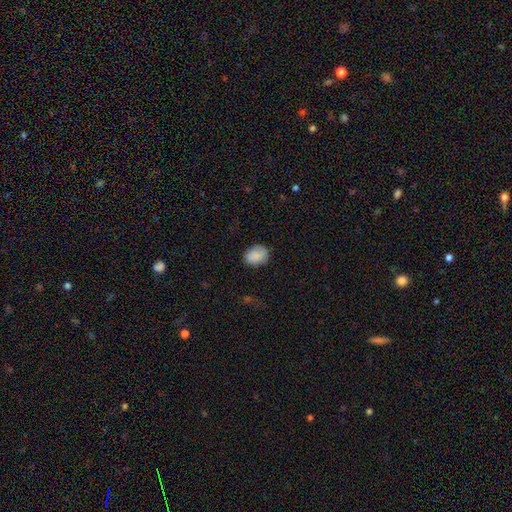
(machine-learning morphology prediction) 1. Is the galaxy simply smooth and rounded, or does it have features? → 85% smooth, 7% star or artifact, 7% featured or disk.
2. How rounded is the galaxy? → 64% in between, 35% round, 1% cigar-shaped.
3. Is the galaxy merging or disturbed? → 77% none, 18% minor disturbance, 4% major disturbance, 1% merger.